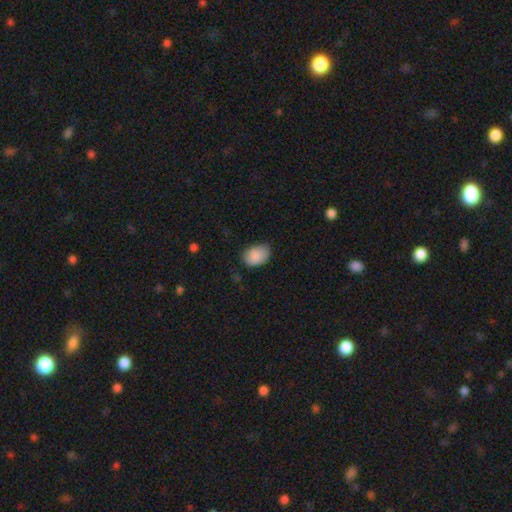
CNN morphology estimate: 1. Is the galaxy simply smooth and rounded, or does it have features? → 88% smooth, 7% star or artifact, 5% featured or disk.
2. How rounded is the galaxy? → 78% in between, 21% round, 1% cigar-shaped.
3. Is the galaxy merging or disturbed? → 69% none, 26% minor disturbance, 4% major disturbance, 1% merger.